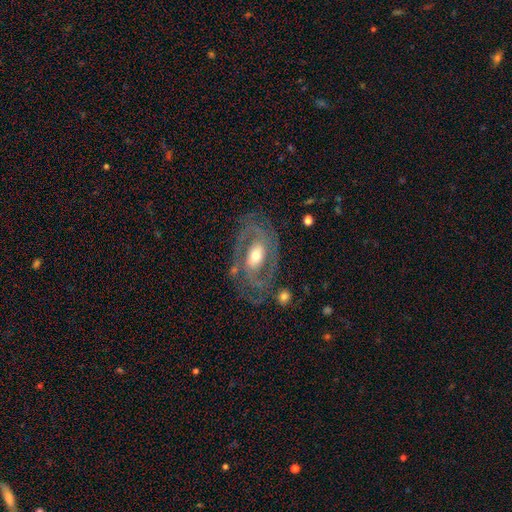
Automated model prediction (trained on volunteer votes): featured or disk 83%, smooth 12%, star or artifact 5%. Down the decision tree: edge-on disk — no (95%); bar — no (42%); spiral arms — yes (86%); spiral arm count — 2 (63%); spiral winding — tight (48%); bulge size — moderate (65%); merging — none (72%).